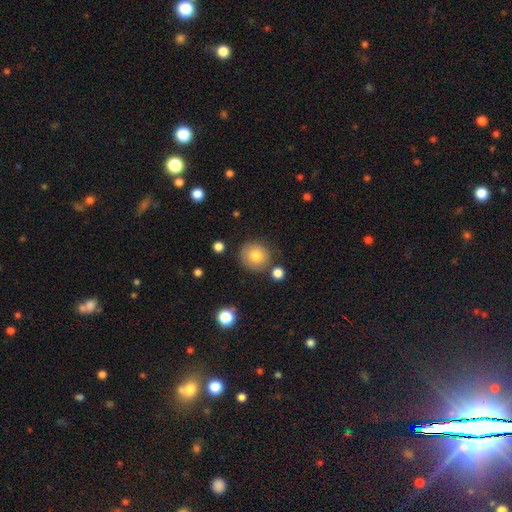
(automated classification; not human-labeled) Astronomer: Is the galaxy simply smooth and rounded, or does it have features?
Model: smooth — 79%.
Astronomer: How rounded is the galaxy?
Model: round — 90%.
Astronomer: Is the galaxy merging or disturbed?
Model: none — 81%.